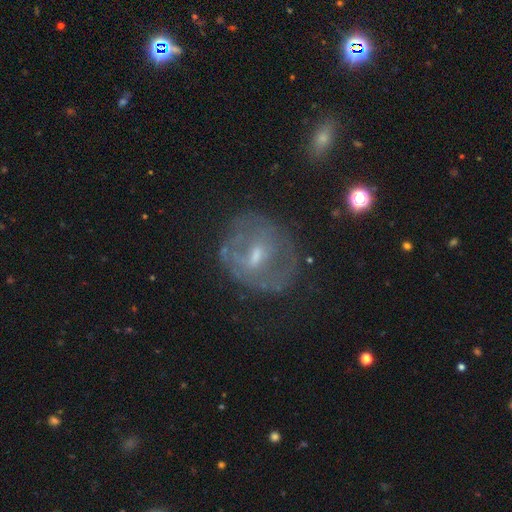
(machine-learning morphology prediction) This is likely a featured or disk galaxy (64%). It is clearly not viewed edge-on (96%). Bar: possibly weak (48%). Spiral arm pattern: possibly no (54%). Central bulge: possibly small (49%). Merging: likely none (63%).